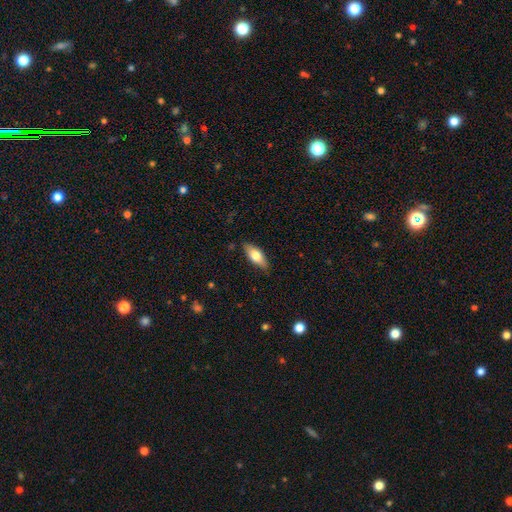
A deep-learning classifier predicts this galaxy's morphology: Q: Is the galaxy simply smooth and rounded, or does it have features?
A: smooth — 68%.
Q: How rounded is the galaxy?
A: in between — 76%.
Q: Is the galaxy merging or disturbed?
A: none — 83%.